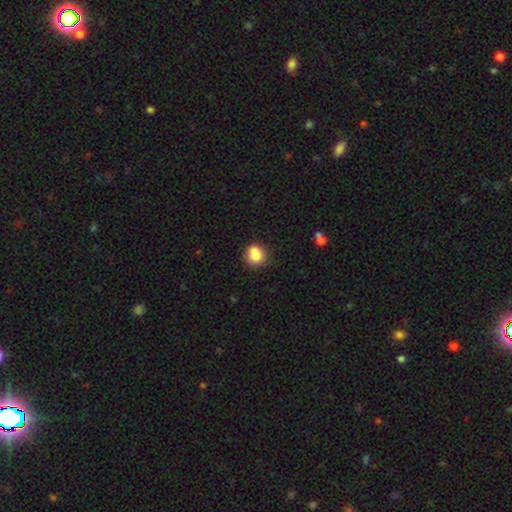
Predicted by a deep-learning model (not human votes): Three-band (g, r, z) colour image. It shows a smooth galaxy with no disk features (82%) that is round (80%). Merging: none (62%).